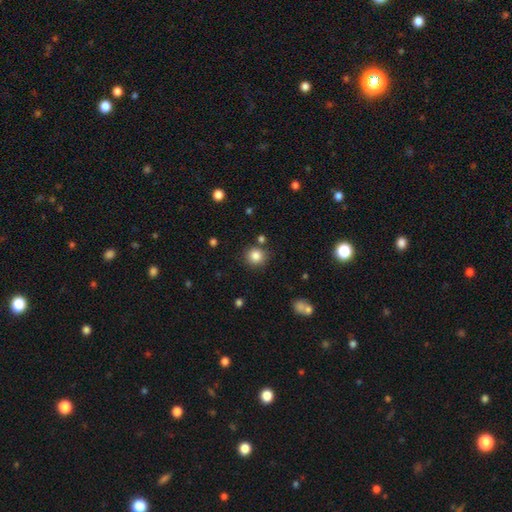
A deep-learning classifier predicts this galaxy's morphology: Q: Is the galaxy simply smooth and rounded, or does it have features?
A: smooth — 85%.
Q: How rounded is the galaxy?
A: round — 91%.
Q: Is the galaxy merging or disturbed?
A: none — 84%.